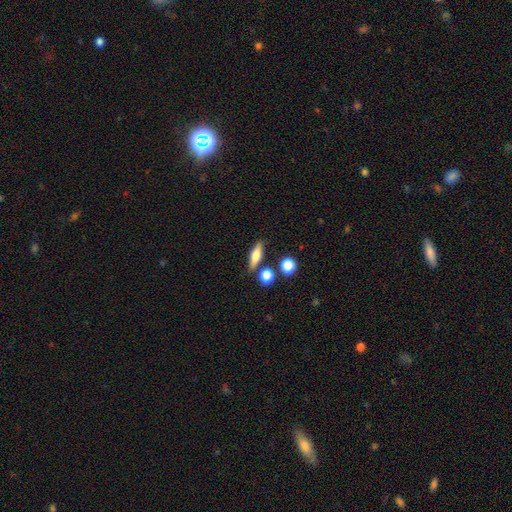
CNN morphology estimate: This is possibly a smooth galaxy (60%). How rounded: possibly cigar-shaped (46%). Merging: likely none (78%).